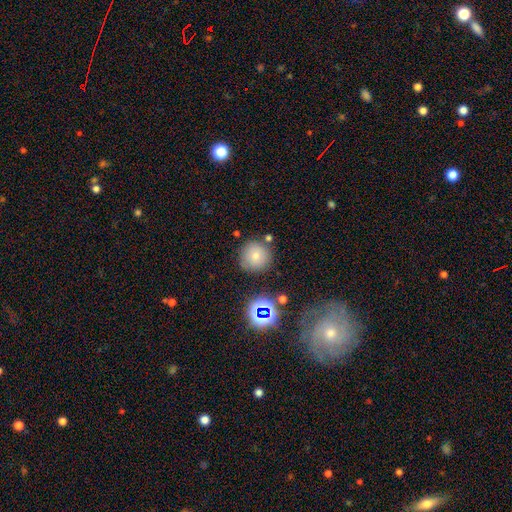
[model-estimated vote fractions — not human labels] Smooth or featured? Predicted: smooth (p=0.72). How rounded? Predicted: round (p=0.95). Merging? Predicted: none (p=0.80).